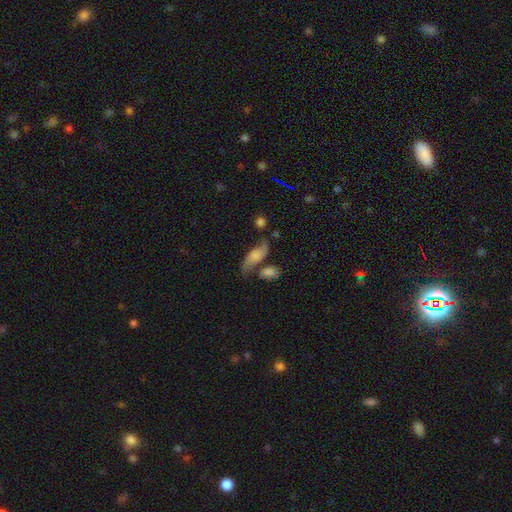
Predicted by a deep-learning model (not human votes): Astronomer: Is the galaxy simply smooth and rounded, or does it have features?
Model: featured or disk — 50% (runner-up: smooth, 41%).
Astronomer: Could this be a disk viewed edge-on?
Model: no — 87%.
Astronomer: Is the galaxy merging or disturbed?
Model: none — 47% (runner-up: minor disturbance, 22%).